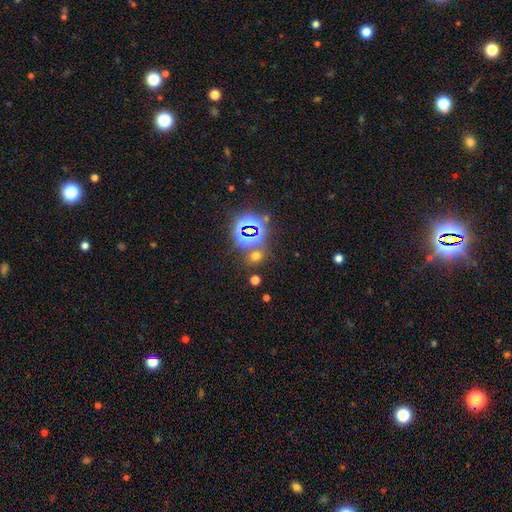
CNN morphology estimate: Smooth or featured? smooth (49%)
Merging? none (74%)